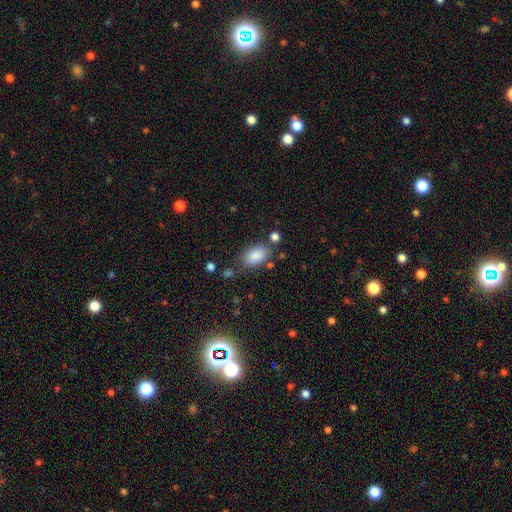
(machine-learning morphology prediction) This appears to be a smooth galaxy with no disk features (87%) that is in between round and cigar-shaped (92%). Merging: none (73%).